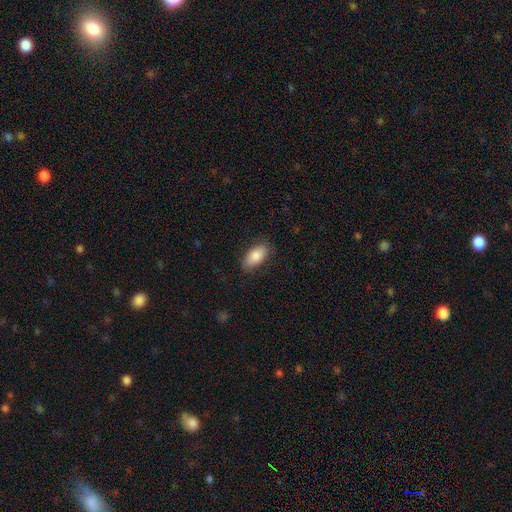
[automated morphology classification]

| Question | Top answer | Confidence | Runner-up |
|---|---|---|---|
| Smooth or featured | smooth | 83% | featured or disk (11%) |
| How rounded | in between | 91% | cigar-shaped (6%) |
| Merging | none | 82% | minor disturbance (14%) |